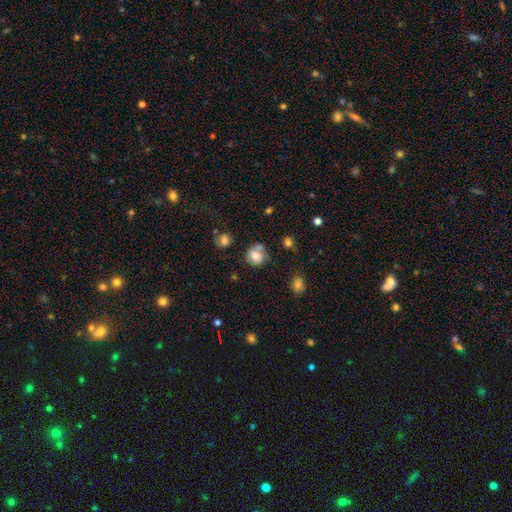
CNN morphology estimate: Smooth or featured: smooth — 67% (featured or disk — 23%)
How rounded: round — 80% (in between — 19%)
Merging: none — 58% (minor disturbance — 19%)